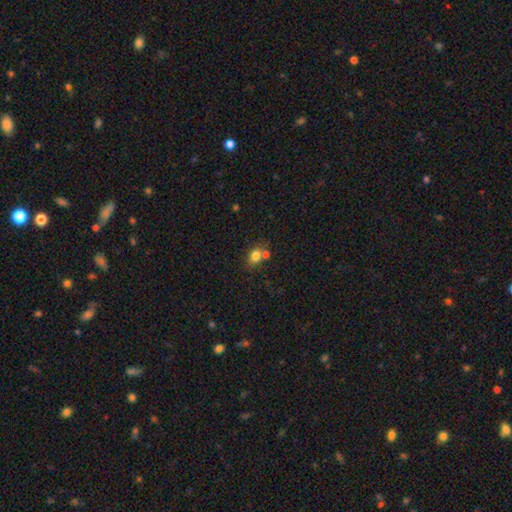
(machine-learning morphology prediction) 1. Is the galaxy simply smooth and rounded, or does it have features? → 79% smooth, 12% star or artifact, 9% featured or disk.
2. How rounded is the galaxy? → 55% in between, 43% round, 1% cigar-shaped.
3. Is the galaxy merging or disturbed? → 56% none, 27% merger, 13% minor disturbance, 4% major disturbance.